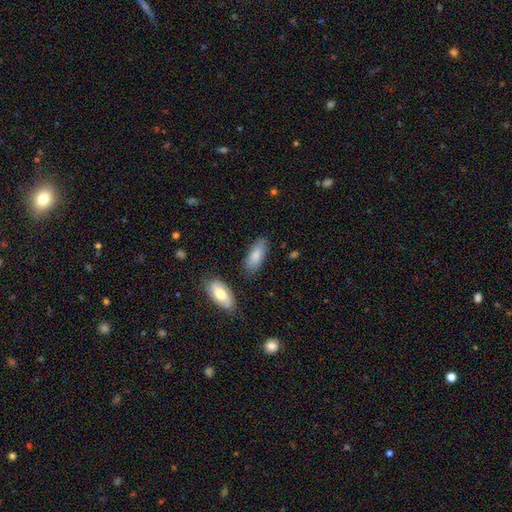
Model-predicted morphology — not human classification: Smooth or featured? smooth (82%)
How rounded? in between (81%)
Merging? none (78%)